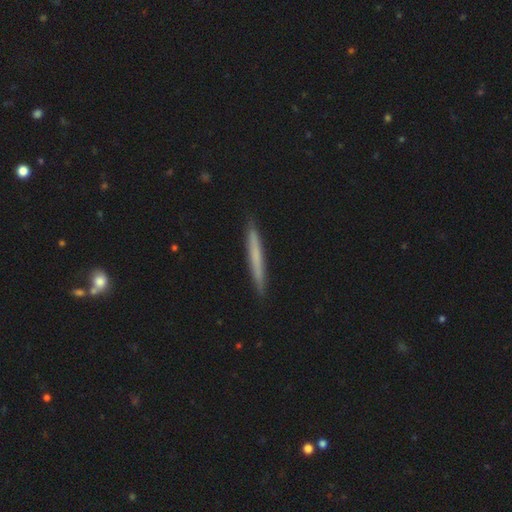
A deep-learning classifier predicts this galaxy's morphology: The model was most divided on "smooth or featured": smooth: 58%, featured or disk: 36%, star or artifact: 6%. More confident: how rounded — cigar-shaped (97%); merging — none (91%).